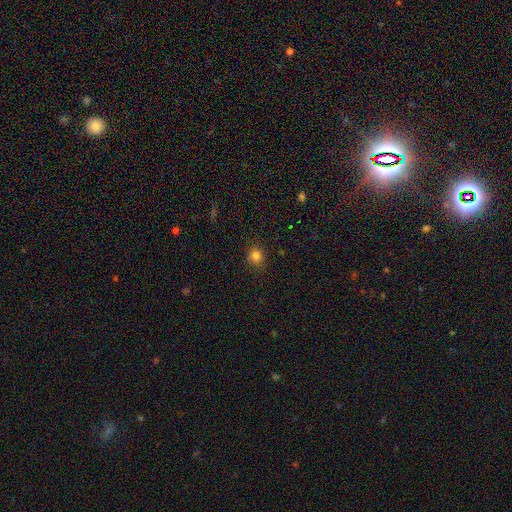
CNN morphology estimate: A smooth galaxy with no disk features (82%) that is round (86%).

Vote fractions:
- Smooth or featured? smooth: 82% / star or artifact: 14% / featured or disk: 4%
- How rounded? round: 86% / in between: 13% / cigar-shaped: 1%
- Merging? none: 85% / minor disturbance: 11% / major disturbance: 3% / merger: 1%